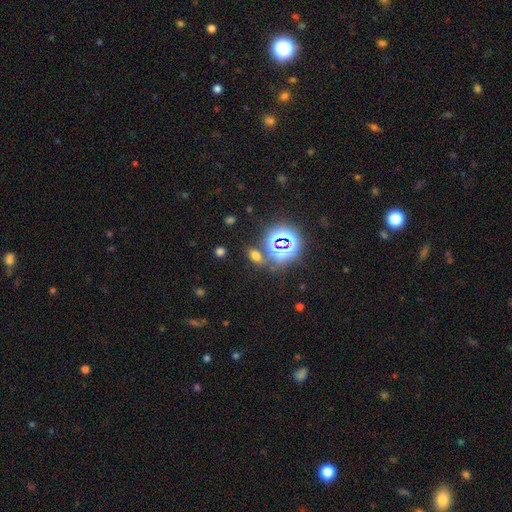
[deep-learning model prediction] Overall: smooth (52%; star or artifact 39%). How rounded: in between (75%). Merging: none (77%).